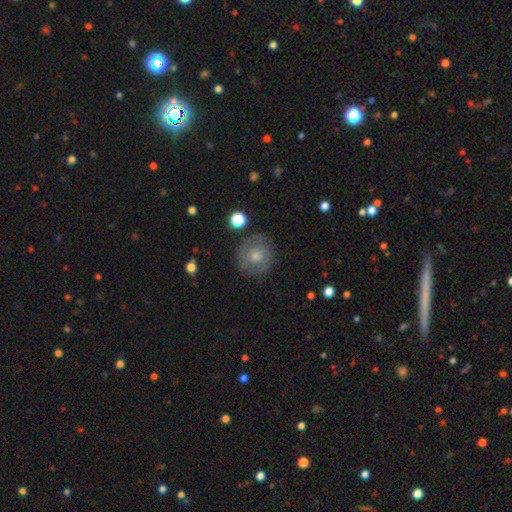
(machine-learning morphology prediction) smooth_or_featured: smooth (p=0.59) [alt: featured or disk p=0.28]
how_rounded: round (p=0.92) [alt: in between p=0.07]
merging: none (p=0.84) [alt: minor disturbance p=0.11]